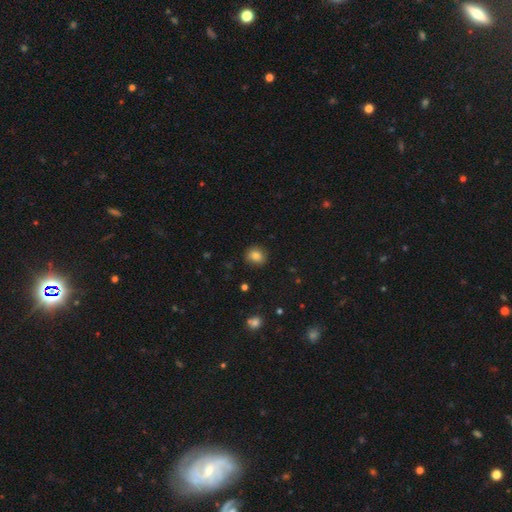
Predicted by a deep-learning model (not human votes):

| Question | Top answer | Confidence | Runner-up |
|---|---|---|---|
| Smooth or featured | smooth | 83% | star or artifact (10%) |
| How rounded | round | 70% | in between (29%) |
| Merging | none | 87% | minor disturbance (10%) |